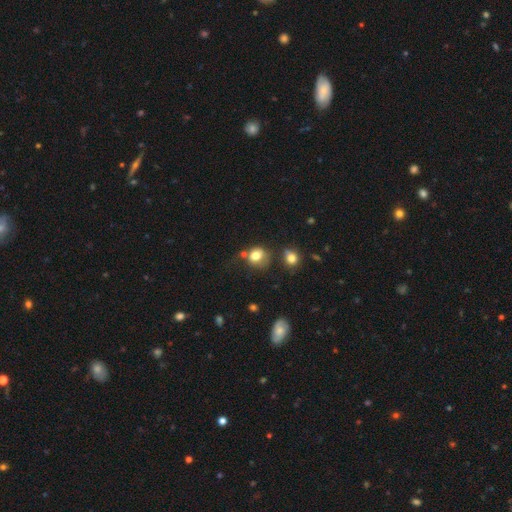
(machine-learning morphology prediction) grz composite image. It shows a smooth galaxy with no disk features (76%) that is round (69%). Merging: none (48%).